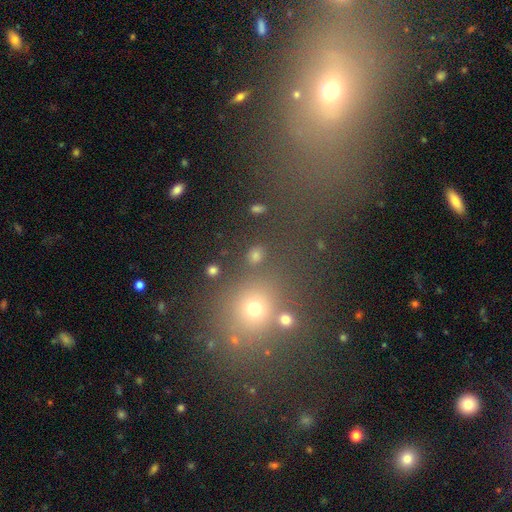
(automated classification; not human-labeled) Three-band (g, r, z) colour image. It shows a smooth galaxy with no disk features (54%) that is round (67%). Merging: none (57%).